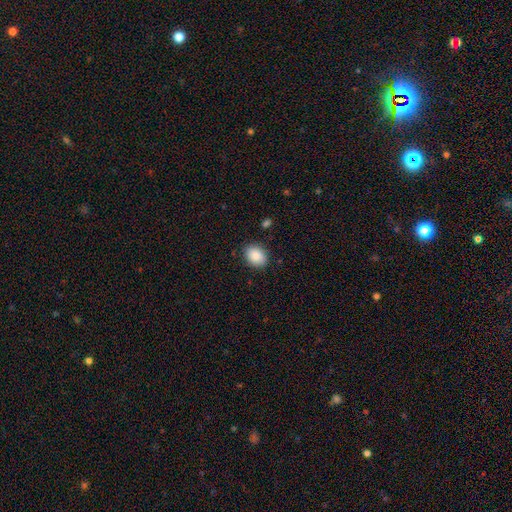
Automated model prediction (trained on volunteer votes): smooth-or-featured: smooth: 88% | star or artifact: 8% | featured or disk: 4%
  how-rounded: in between: 62% | round: 37% | cigar-shaped: 1%
  merging: none: 86% | minor disturbance: 10% | major disturbance: 3% | merger: 1%